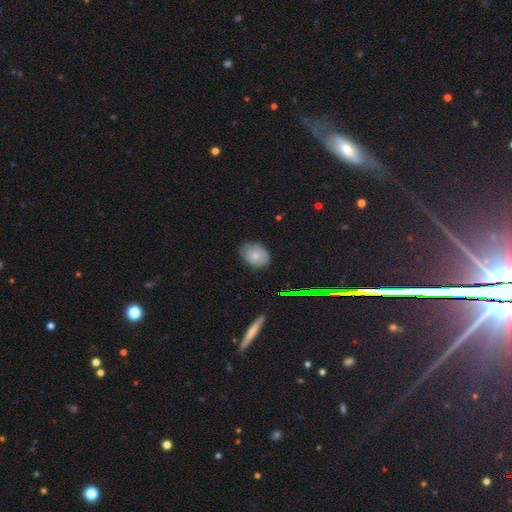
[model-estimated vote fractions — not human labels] Morphology: type=smooth (74%); roundness=in between (68%); merging=none (76%).